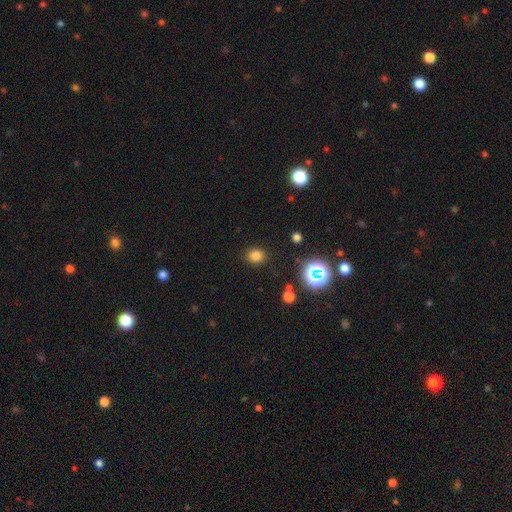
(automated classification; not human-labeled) smooth-or-featured: smooth: 76% | star or artifact: 18% | featured or disk: 5%
  how-rounded: round: 64% | in between: 35% | cigar-shaped: 1%
  merging: none: 87% | minor disturbance: 9% | major disturbance: 3% | merger: 2%